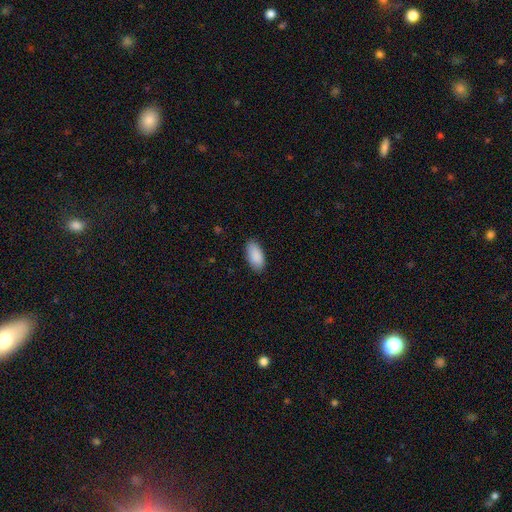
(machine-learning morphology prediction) Smooth or featured? smooth (91%)
How rounded? in between (93%)
Merging? none (86%)